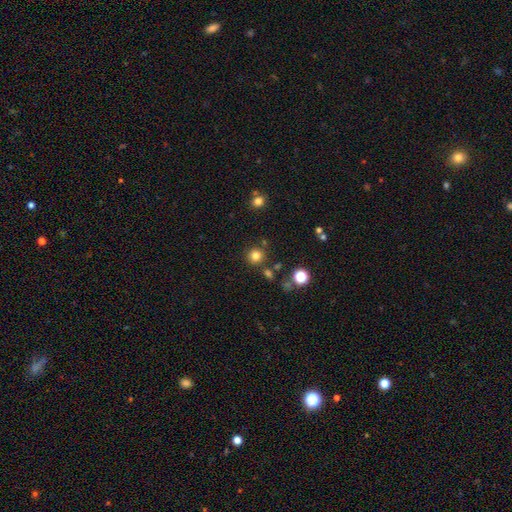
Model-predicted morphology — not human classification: Smooth or featured? smooth (80%)
How rounded? round (92%)
Merging? none (83%)